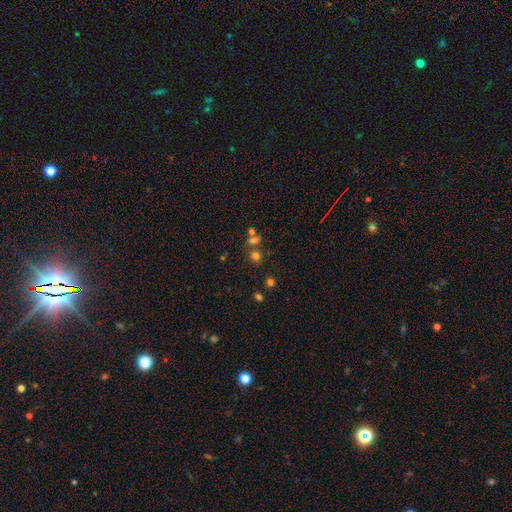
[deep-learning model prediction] The model was most divided on "merging": none: 63%, merger: 23%, minor disturbance: 9%, major disturbance: 5%. More confident: how rounded — round (80%); smooth or featured — smooth (69%).